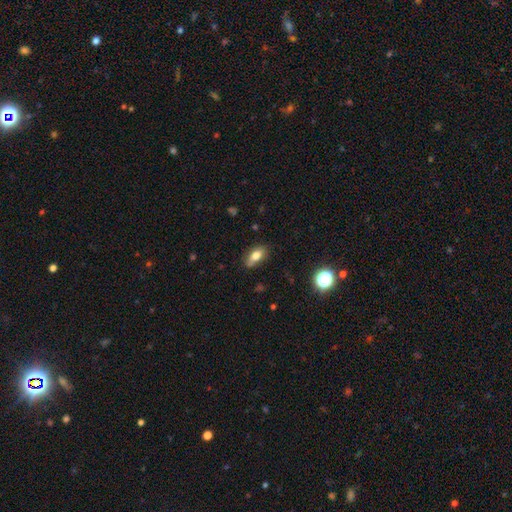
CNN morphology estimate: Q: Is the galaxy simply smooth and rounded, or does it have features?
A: smooth — 78%.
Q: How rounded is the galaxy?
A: in between — 86%.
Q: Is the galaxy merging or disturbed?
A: none — 75%.